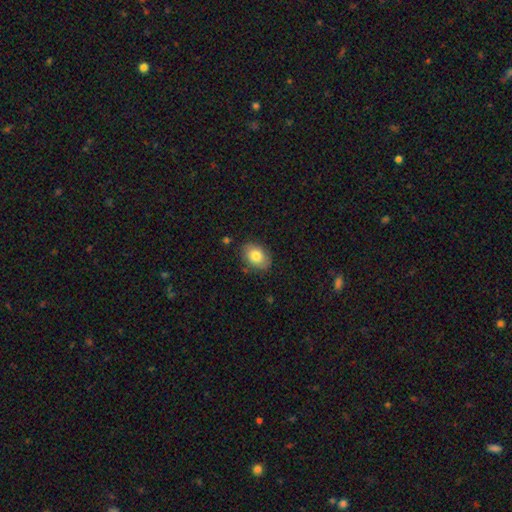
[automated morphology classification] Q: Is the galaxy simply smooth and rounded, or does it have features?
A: smooth — 80%.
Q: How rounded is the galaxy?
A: in between — 77%.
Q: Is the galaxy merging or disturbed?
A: none — 82%.